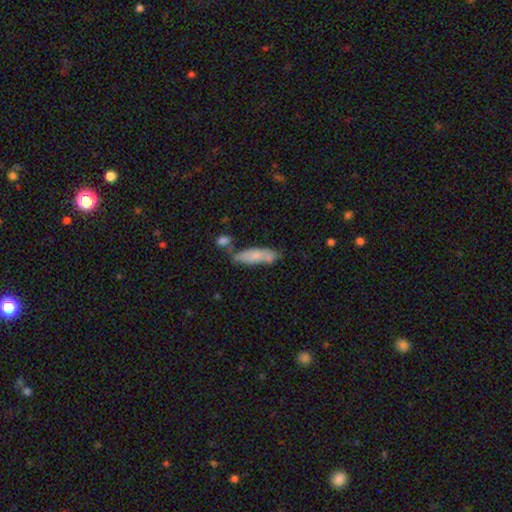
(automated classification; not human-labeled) Q: Smooth or featured?
A: smooth (71%); runner-up: featured or disk (22%)
Q: How rounded?
A: cigar-shaped (57%); runner-up: in between (41%)
Q: Merging?
A: none (58%); runner-up: minor disturbance (20%)